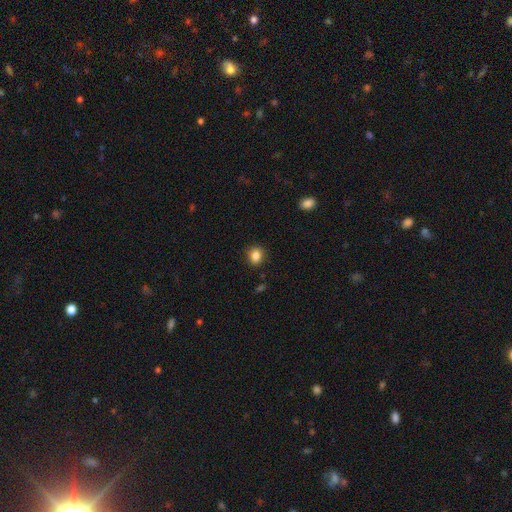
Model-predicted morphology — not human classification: smooth_or_featured: smooth (p=0.85) [alt: star or artifact p=0.10]
how_rounded: round (p=0.57) [alt: in between p=0.42]
merging: none (p=0.88) [alt: minor disturbance p=0.09]